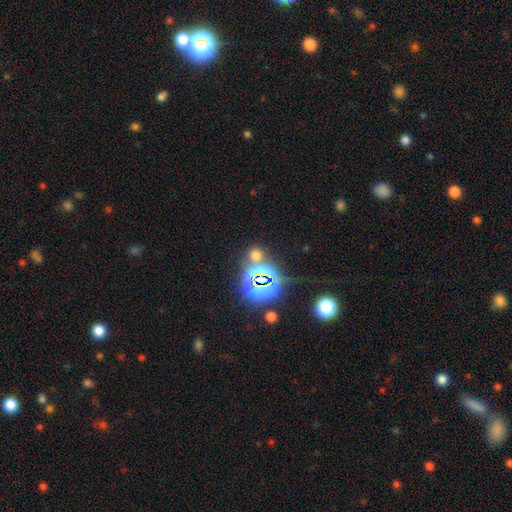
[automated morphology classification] The model was most divided on "smooth or featured": star or artifact: 48%, smooth: 46%, featured or disk: 7%.